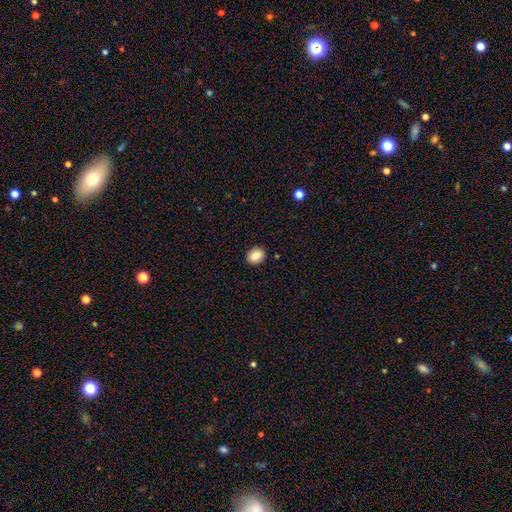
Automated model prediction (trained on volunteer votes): Smooth or featured: smooth — 85% (star or artifact — 9%)
How rounded: round — 58% (in between — 41%)
Merging: none — 90% (minor disturbance — 7%)